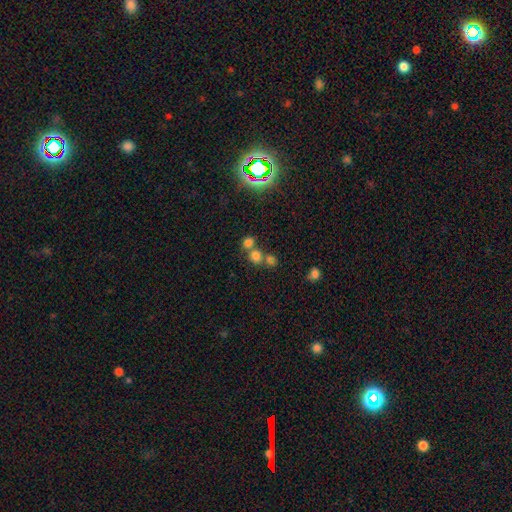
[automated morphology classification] type=smooth (70%); roundness=round (81%); merging=none (50%).